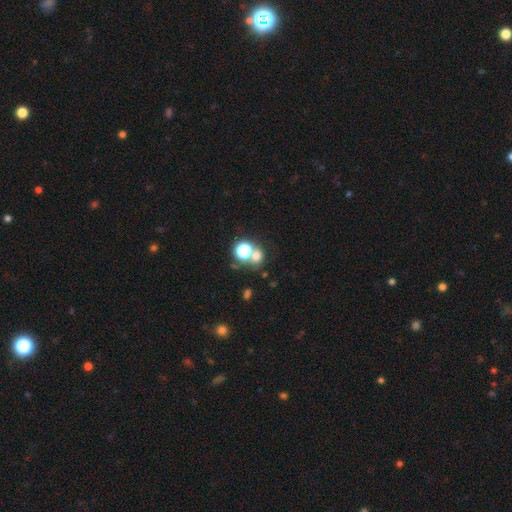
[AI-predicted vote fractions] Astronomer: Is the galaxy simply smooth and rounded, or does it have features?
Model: smooth — 64%.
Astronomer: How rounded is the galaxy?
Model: round — 71%.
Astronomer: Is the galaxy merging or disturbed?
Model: none — 51% (runner-up: merger, 36%).